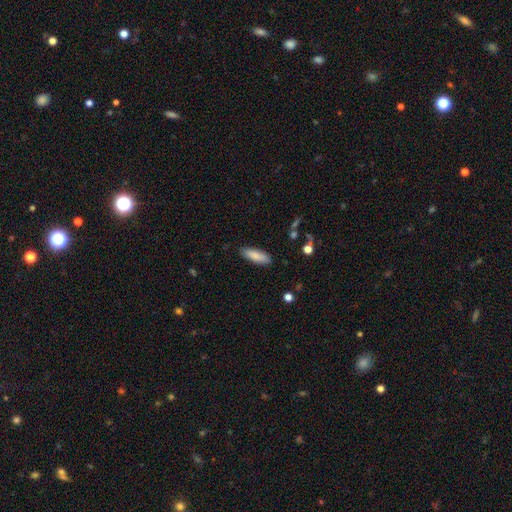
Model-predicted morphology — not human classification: smooth_or_featured: smooth (p=0.85) [alt: featured or disk p=0.08]
how_rounded: in between (p=0.52) [alt: cigar-shaped p=0.46]
merging: none (p=0.88) [alt: minor disturbance p=0.09]